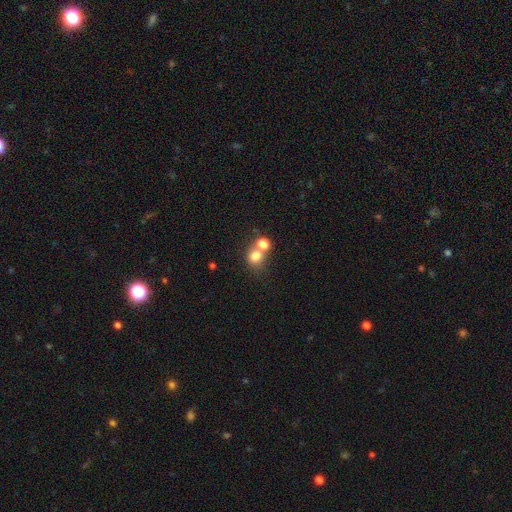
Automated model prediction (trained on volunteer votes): The model was most divided on "merging": merger: 45%, none: 44%, minor disturbance: 8%, major disturbance: 4%. More confident: how rounded — round (76%); smooth or featured — smooth (76%).